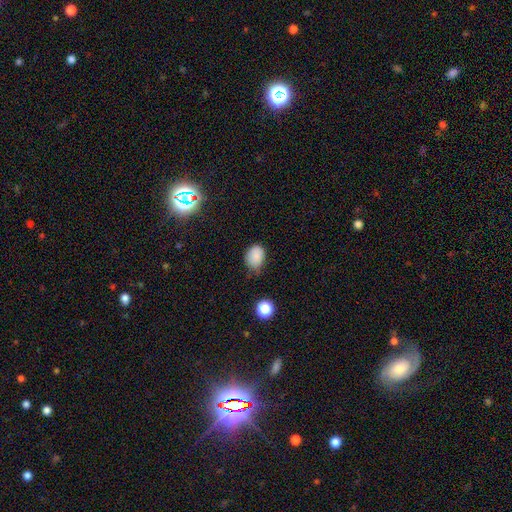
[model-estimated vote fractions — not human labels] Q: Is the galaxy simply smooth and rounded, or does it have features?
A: smooth — 84%.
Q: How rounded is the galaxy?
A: in between — 58%.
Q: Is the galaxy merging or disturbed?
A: none — 59%.